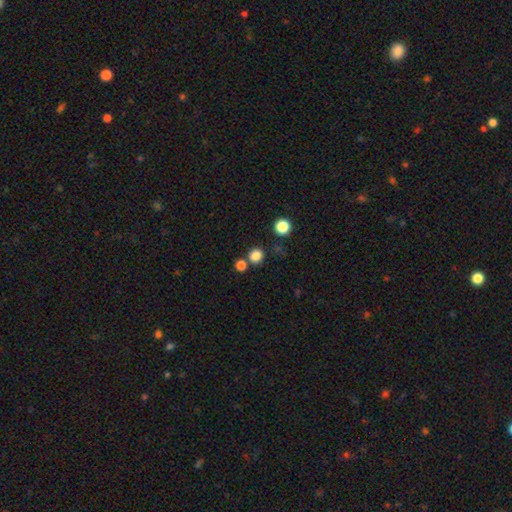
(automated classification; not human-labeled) Q: Smooth or featured?
A: smooth (81%); runner-up: star or artifact (14%)
Q: How rounded?
A: round (86%); runner-up: in between (13%)
Q: Merging?
A: none (75%); runner-up: merger (15%)